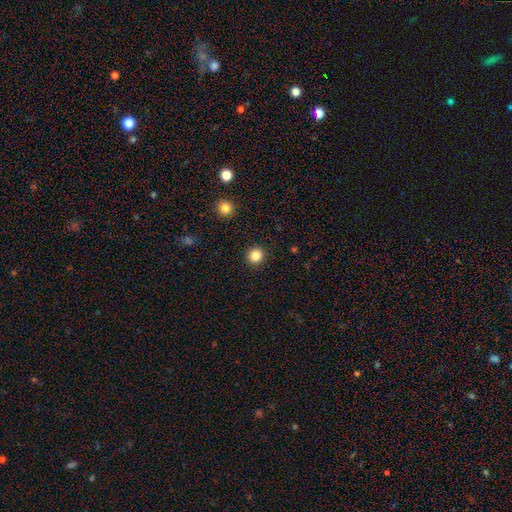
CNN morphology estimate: type=smooth (85%); roundness=round (93%); merging=none (92%).